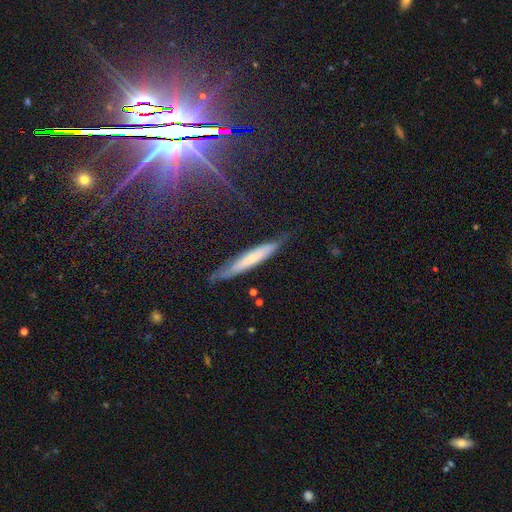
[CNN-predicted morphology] A featured or disk galaxy (43%). Merging: none (80%).